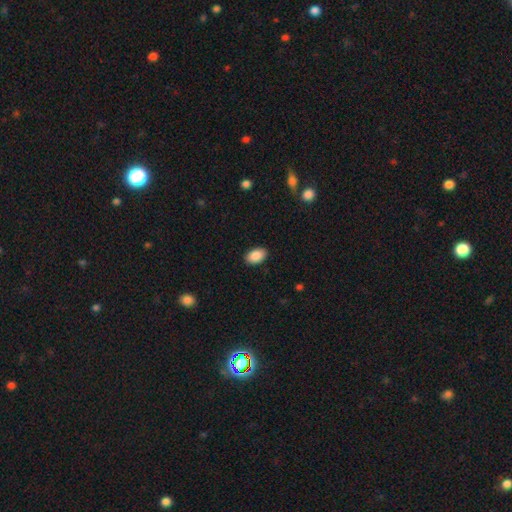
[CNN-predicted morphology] The model was most divided on "merging": none: 88%, minor disturbance: 9%, major disturbance: 2%, merger: 1%. More confident: how rounded — in between (91%); smooth or featured — smooth (90%).